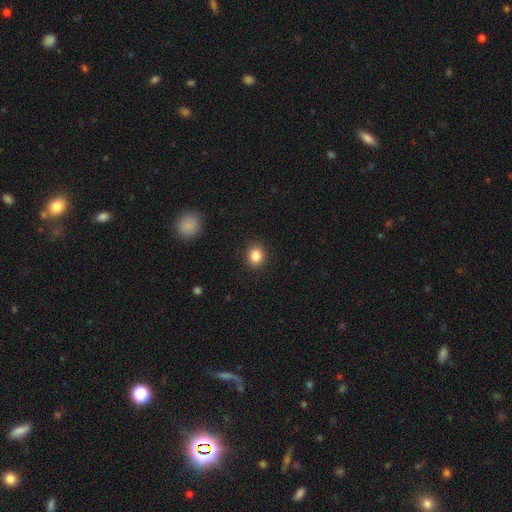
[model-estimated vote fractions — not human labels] A smooth galaxy with no disk features (85%) that is round (70%). Merging: none (91%).